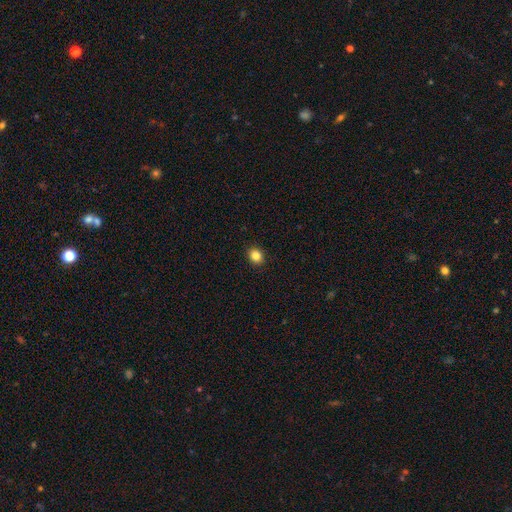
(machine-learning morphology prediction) type=smooth (84%); roundness=round (70%); merging=none (92%).